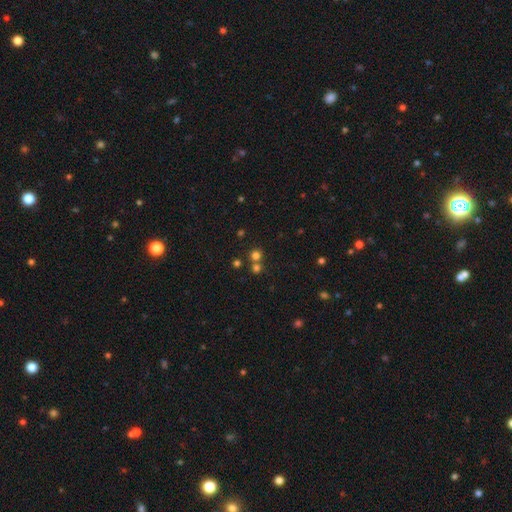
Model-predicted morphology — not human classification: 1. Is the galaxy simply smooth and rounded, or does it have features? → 70% smooth, 23% star or artifact, 7% featured or disk.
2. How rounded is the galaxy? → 92% round, 7% in between, 1% cigar-shaped.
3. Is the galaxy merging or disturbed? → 65% none, 27% merger, 5% minor disturbance, 2% major disturbance.